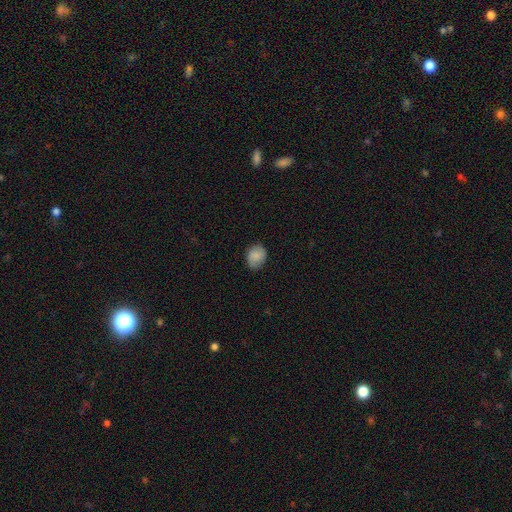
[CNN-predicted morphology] Smooth or featured? smooth (83%)
How rounded? round (53%)
Merging? none (76%)